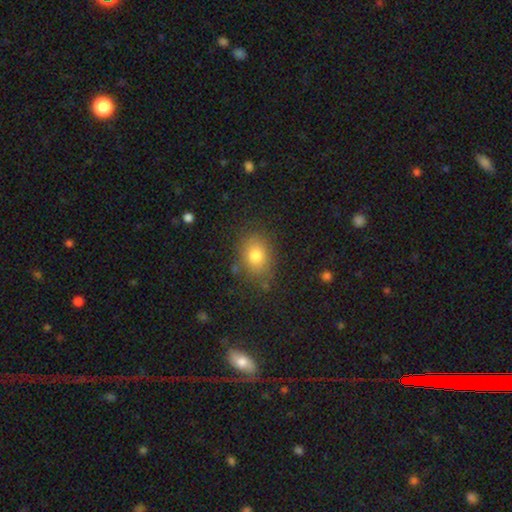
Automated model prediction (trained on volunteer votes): A smooth galaxy with no disk features (78%) that is in between round and cigar-shaped (60%). Merging: none (79%).